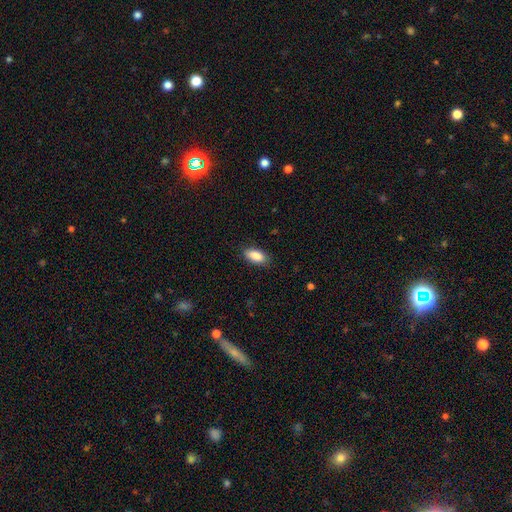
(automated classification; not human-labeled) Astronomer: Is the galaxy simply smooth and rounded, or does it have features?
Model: smooth — 88%.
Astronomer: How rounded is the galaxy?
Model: in between — 88%.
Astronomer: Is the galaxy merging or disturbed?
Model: none — 86%.